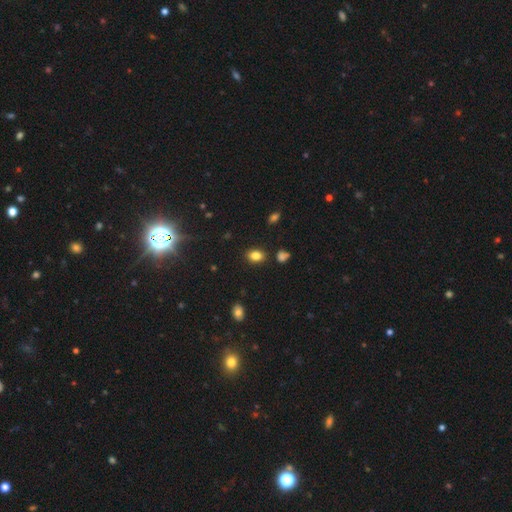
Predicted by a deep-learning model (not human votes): A smooth galaxy with no disk features (83%) that is in between round and cigar-shaped (75%). Merging: none (84%).